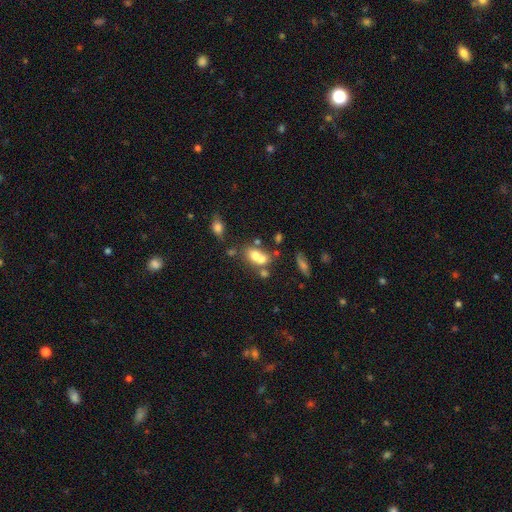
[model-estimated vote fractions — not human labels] A smooth galaxy with no disk features (66%) that is in between round and cigar-shaped (65%). Merging: merger (55%).